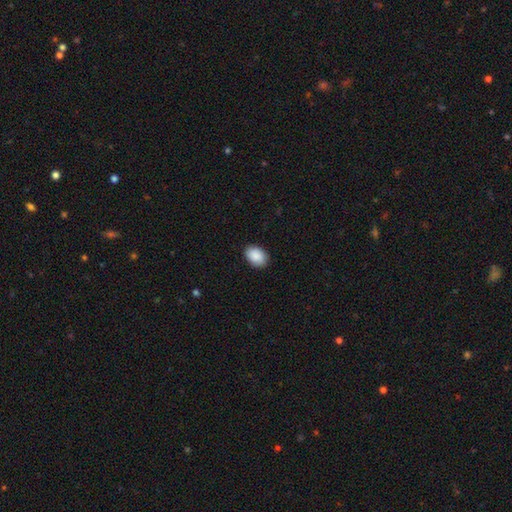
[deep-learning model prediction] This appears to be a smooth galaxy with no disk features (90%) that is in between round and cigar-shaped (83%). Merging: none (89%).